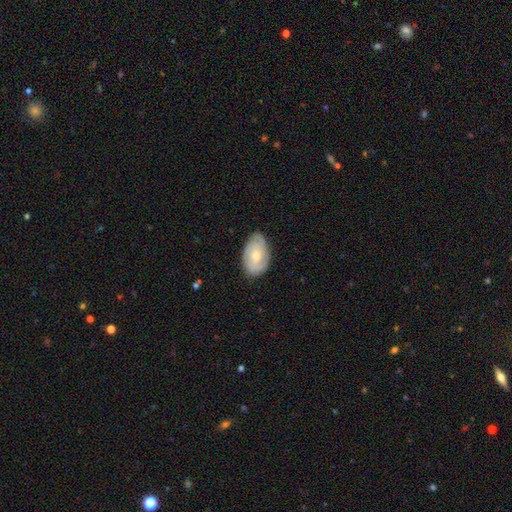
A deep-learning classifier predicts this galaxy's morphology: type=featured or disk (67%); edge-on=no (96%); bar=no (75%); spiral arms=yes (89%); winding=tight (64%); arm count=can't tell (33%); bulge=small (55%); merging=none (78%).